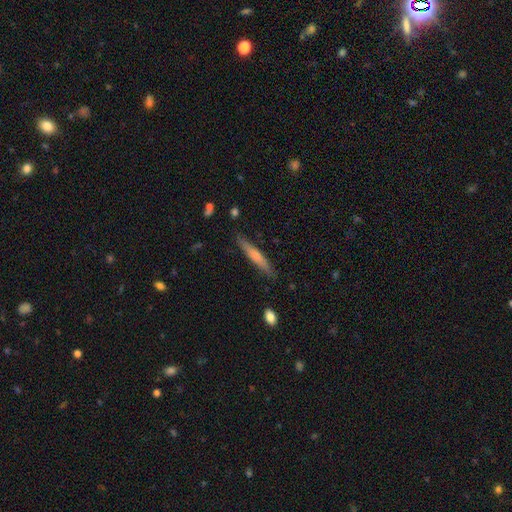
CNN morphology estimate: The model was most divided on "smooth or featured": smooth: 60%, featured or disk: 34%, star or artifact: 6%. More confident: how rounded — cigar-shaped (93%); merging — none (84%).